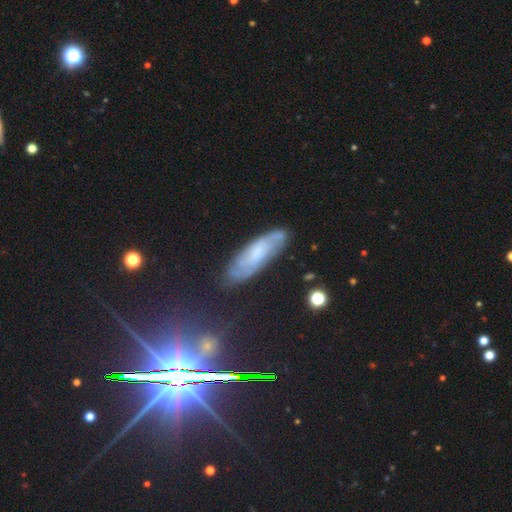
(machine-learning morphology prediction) Overall: featured or disk (54%; smooth 30%). Edge-on disk: no (75%). Merging: none (77%).